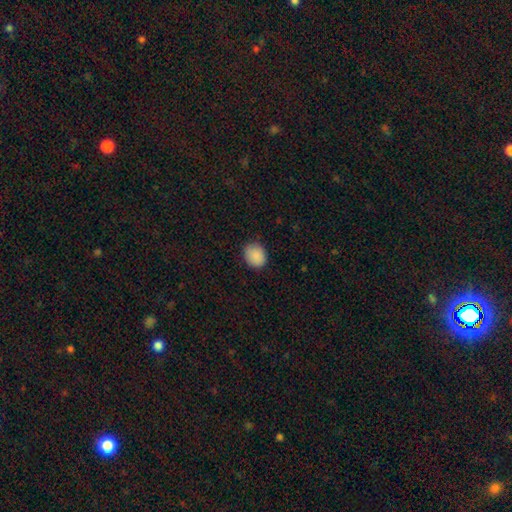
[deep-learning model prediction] smooth 89%, star or artifact 8%, featured or disk 3%. Down the decision tree: how rounded — round (55%); merging — none (82%).